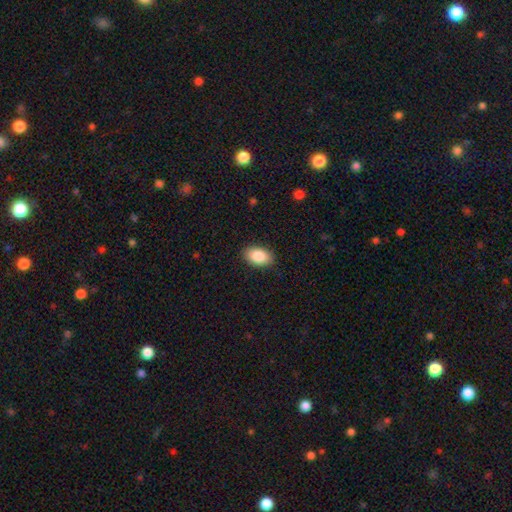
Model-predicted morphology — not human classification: smooth 88%, star or artifact 7%, featured or disk 6%. Down the decision tree: how rounded — in between (92%); merging — none (88%).